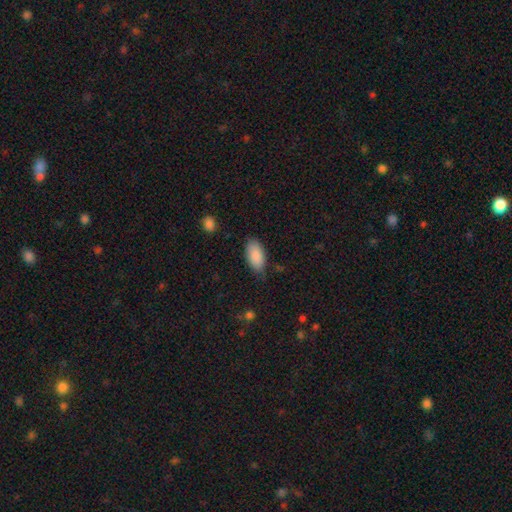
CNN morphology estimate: Smooth or featured? Predicted: smooth (p=0.89). How rounded? Predicted: in between (p=0.94). Merging? Predicted: none (p=0.76).